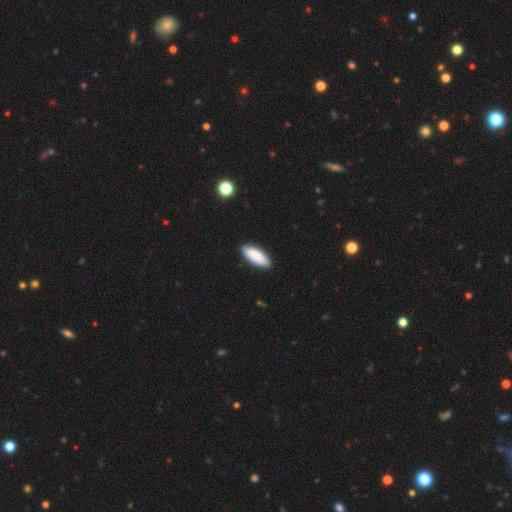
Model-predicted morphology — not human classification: smooth 88%, featured or disk 6%, star or artifact 5%. Down the decision tree: how rounded — in between (70%); merging — none (89%).